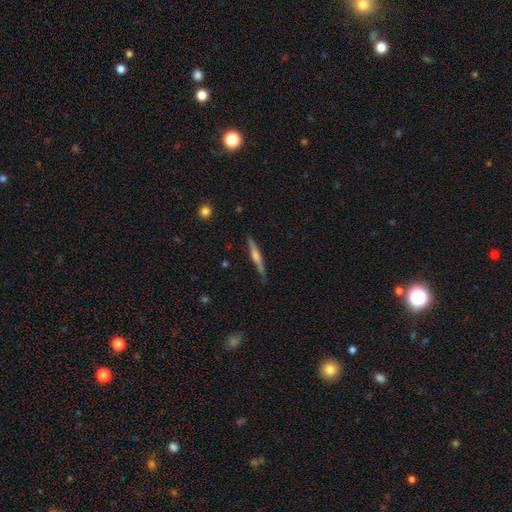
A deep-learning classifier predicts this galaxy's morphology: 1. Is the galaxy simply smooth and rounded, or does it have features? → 72% featured or disk, 22% smooth, 6% star or artifact.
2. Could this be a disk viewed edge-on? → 98% yes, 2% no.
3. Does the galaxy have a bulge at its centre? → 77% rounded, 12% boxy, 11% none.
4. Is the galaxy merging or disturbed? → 87% none, 10% minor disturbance, 2% major disturbance, 1% merger.